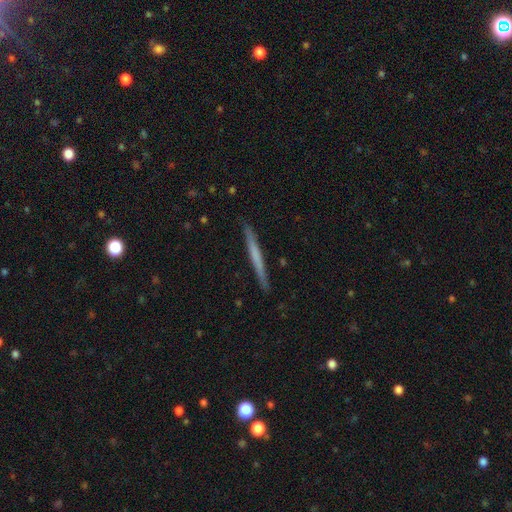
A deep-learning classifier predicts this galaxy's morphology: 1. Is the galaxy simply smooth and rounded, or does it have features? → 50% smooth, 45% featured or disk, 5% star or artifact.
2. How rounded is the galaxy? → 97% cigar-shaped, 2% in between, 1% round.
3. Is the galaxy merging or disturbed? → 91% none, 7% minor disturbance, 1% major disturbance, 1% merger.